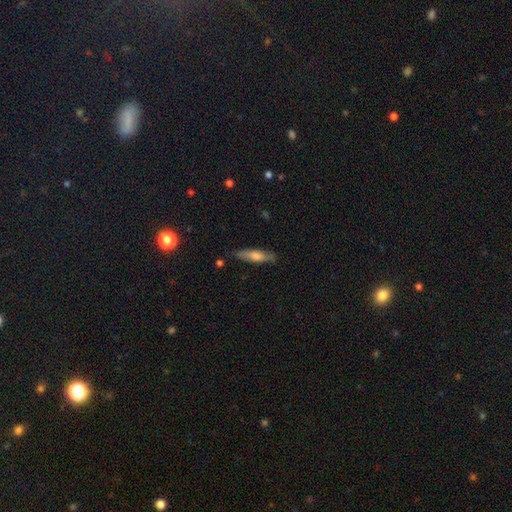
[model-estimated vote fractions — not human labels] Morphology: type=smooth (52%); roundness=cigar-shaped (78%); merging=none (82%).